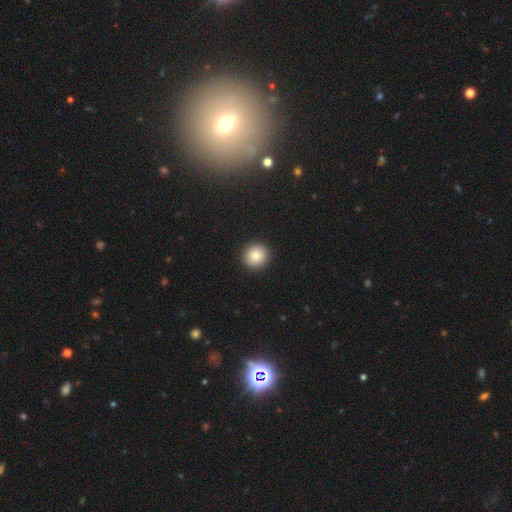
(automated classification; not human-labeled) Smooth or featured: smooth — 85% (star or artifact — 9%)
How rounded: round — 93% (in between — 6%)
Merging: none — 93% (minor disturbance — 4%)